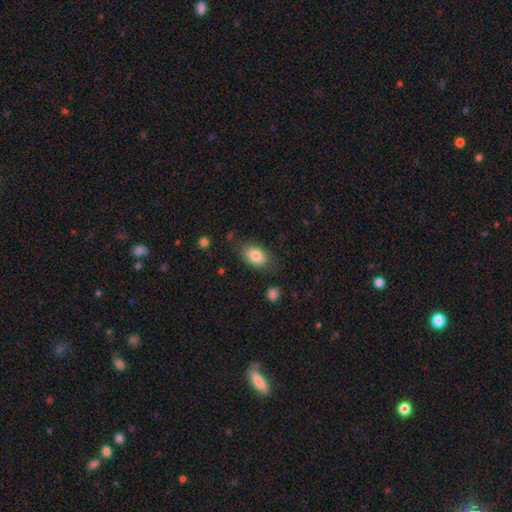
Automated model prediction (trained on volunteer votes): A smooth galaxy with no disk features (83%) that is in between round and cigar-shaped (90%). Merging: none (76%).